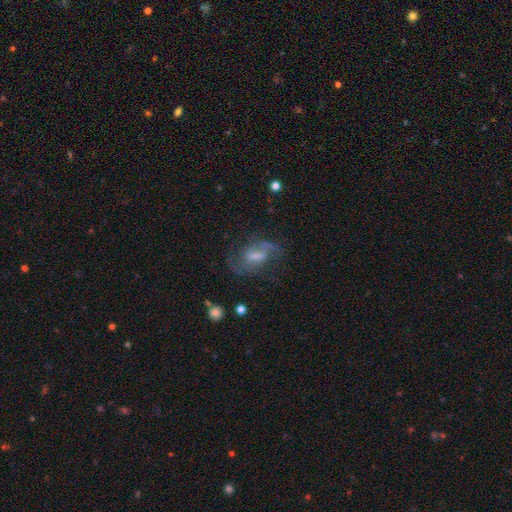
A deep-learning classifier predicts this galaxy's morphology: Smooth or featured: featured or disk — 70% (smooth — 18%)
Edge-on disk: no — 95% (yes — 5%)
Bar: weak — 52% (no — 30%)
Spiral arms: yes — 87% (no — 13%)
Spiral winding: medium — 49% (loose — 30%)
Spiral arm count: 2 — 70% (can't tell — 17%)
Bulge size: moderate — 39% (small — 33%)
Merging: none — 63% (minor disturbance — 19%)